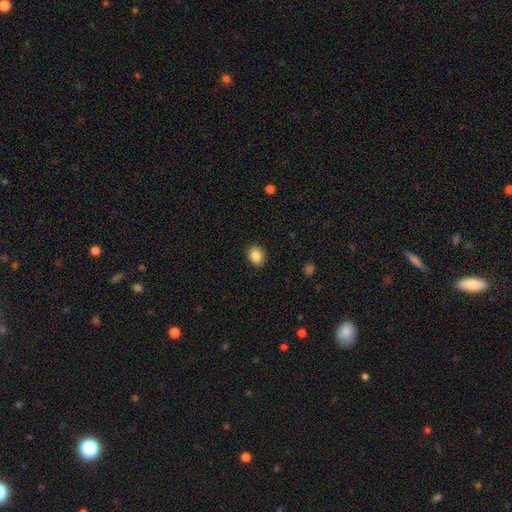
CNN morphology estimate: type=smooth (87%); roundness=in between (59%); merging=none (88%).